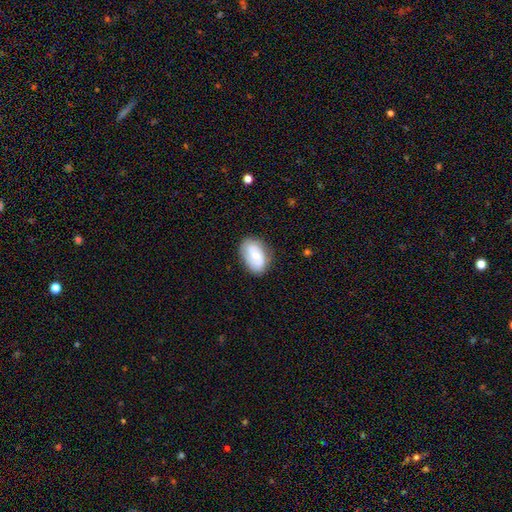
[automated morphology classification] Q: Smooth or featured?
A: smooth (56%); runner-up: featured or disk (37%)
Q: How rounded?
A: in between (88%); runner-up: round (11%)
Q: Merging?
A: none (76%); runner-up: minor disturbance (18%)